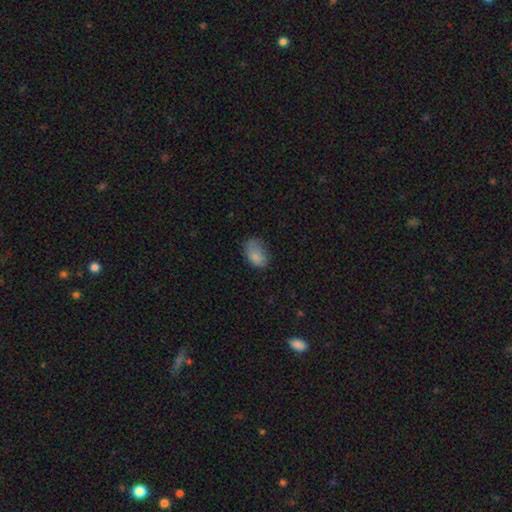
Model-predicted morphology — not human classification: Smooth or featured: smooth — 83% (featured or disk — 9%)
How rounded: in between — 89% (round — 10%)
Merging: none — 52% (minor disturbance — 33%)